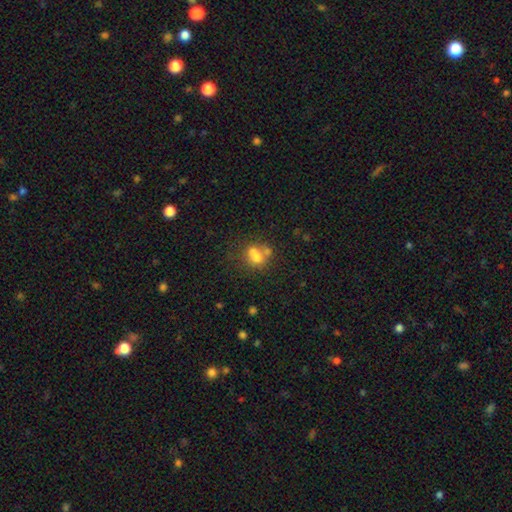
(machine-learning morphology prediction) type=smooth (61%); roundness=round (59%); merging=merger (51%).